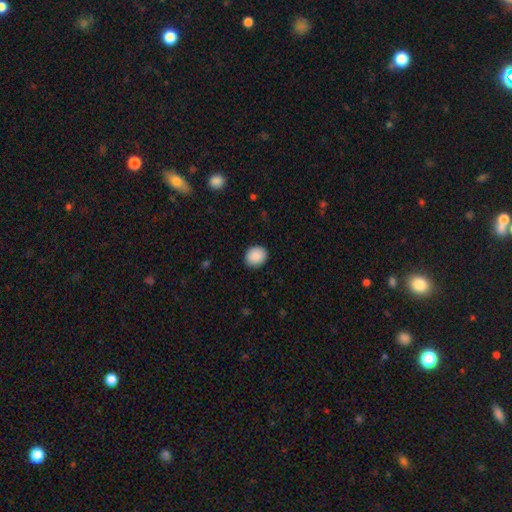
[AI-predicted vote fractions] Overall: smooth (90%). How rounded: round (69%; in between 30%). Merging: none (90%).